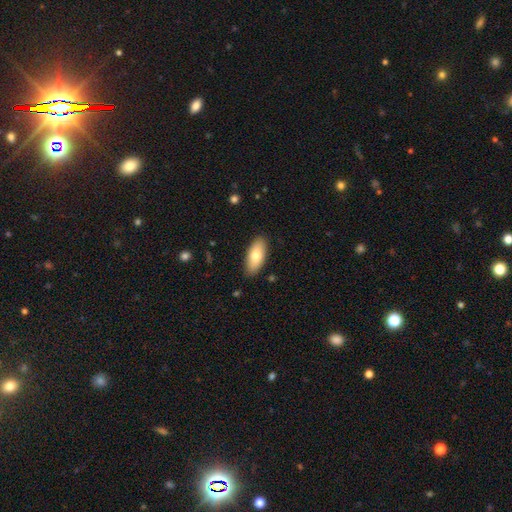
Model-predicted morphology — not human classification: A smooth galaxy with no disk features (76%) that is in between round and cigar-shaped (85%). Merging: none (88%).